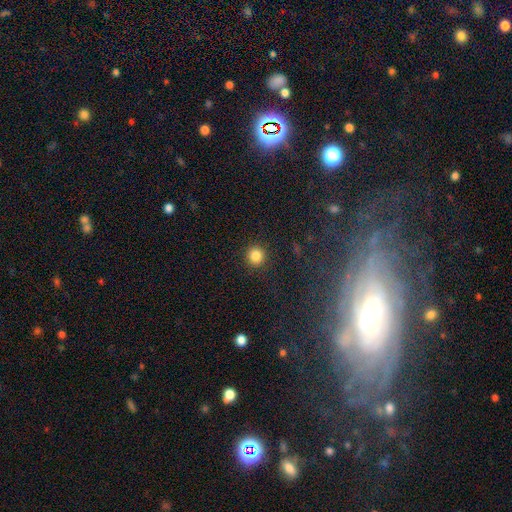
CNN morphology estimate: smooth 84%, star or artifact 12%, featured or disk 5%. Down the decision tree: how rounded — round (94%); merging — none (91%).